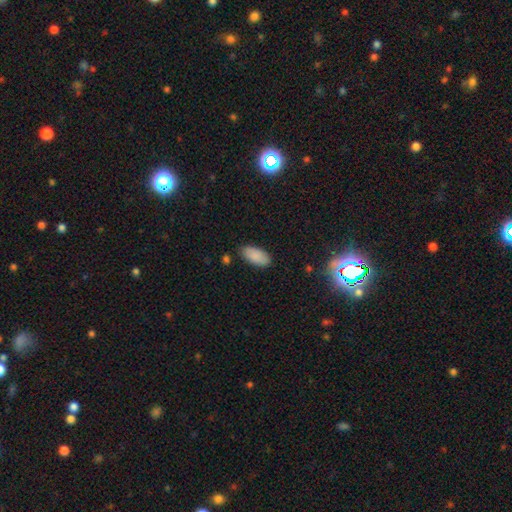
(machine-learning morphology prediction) A smooth galaxy with no disk features (89%) that is in between round and cigar-shaped (93%).

Vote fractions:
- Smooth or featured? smooth: 89% / star or artifact: 7% / featured or disk: 5%
- How rounded? in between: 93% / cigar-shaped: 5% / round: 2%
- Merging? none: 85% / minor disturbance: 11% / major disturbance: 2% / merger: 2%